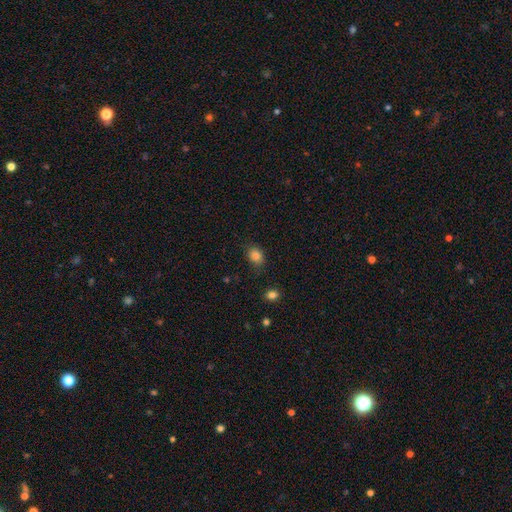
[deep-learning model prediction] smooth-or-featured: smooth: 83% | star or artifact: 11% | featured or disk: 6%
  how-rounded: in between: 58% | round: 41% | cigar-shaped: 1%
  merging: none: 82% | minor disturbance: 13% | major disturbance: 3% | merger: 2%